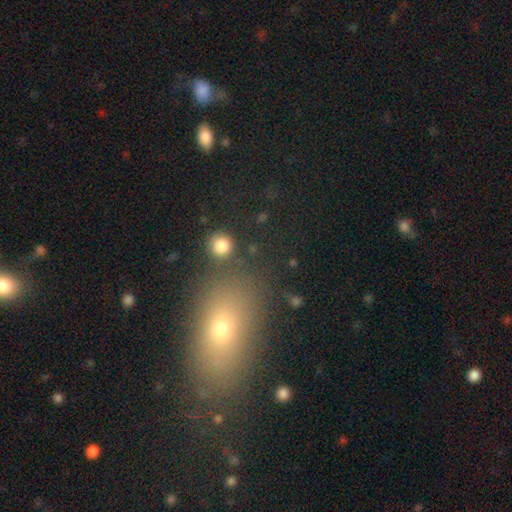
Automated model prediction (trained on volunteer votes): smooth_or_featured: smooth (p=0.62) [alt: star or artifact p=0.23]
how_rounded: in between (p=0.70) [alt: round p=0.22]
merging: none (p=0.77) [alt: minor disturbance p=0.11]